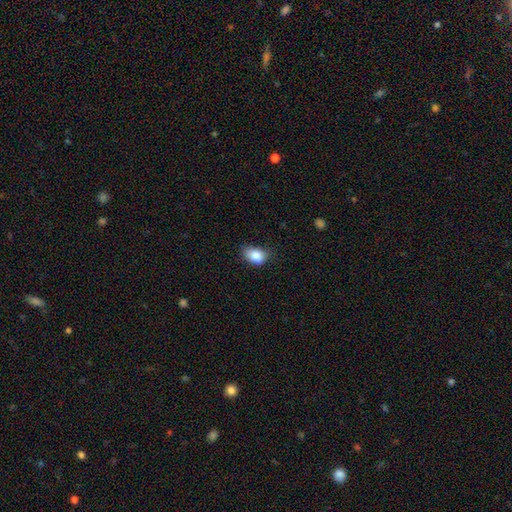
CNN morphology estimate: Smooth or featured? smooth (85%)
How rounded? in between (77%)
Merging? none (57%)